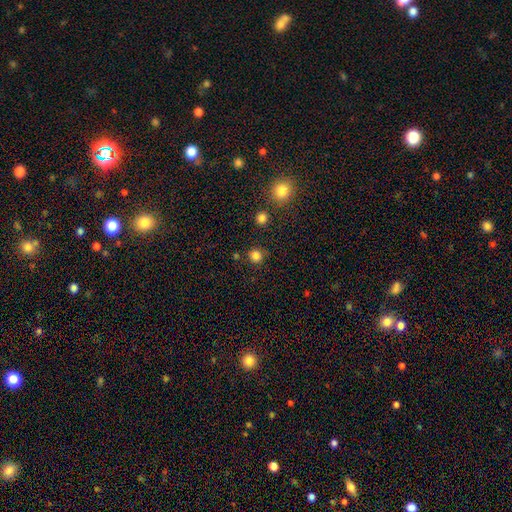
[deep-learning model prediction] A smooth galaxy with no disk features (83%) that is round (92%).

Vote fractions:
- Smooth or featured? smooth: 83% / star or artifact: 14% / featured or disk: 4%
- How rounded? round: 92% / in between: 7% / cigar-shaped: 1%
- Merging? none: 84% / minor disturbance: 9% / merger: 4% / major disturbance: 3%